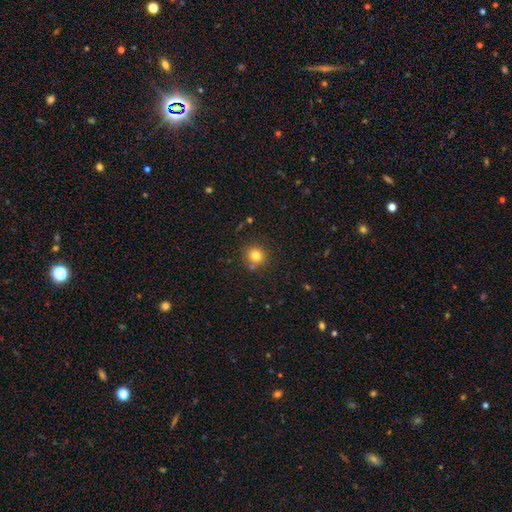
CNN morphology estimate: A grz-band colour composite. It shows a smooth galaxy with no disk features (81%) that is round (90%). Merging: none (80%).